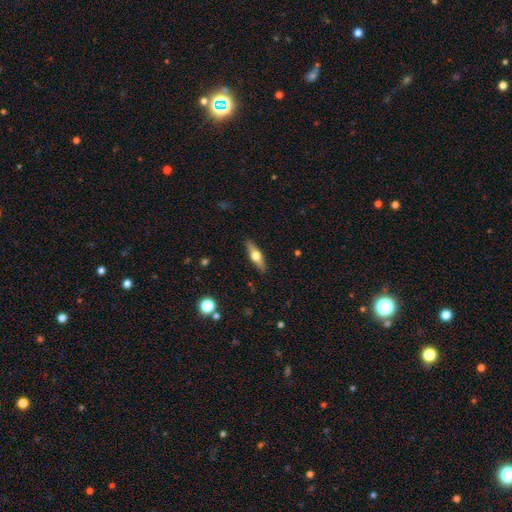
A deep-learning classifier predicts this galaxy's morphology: A featured or disk galaxy (48%). Merging: none (89%).